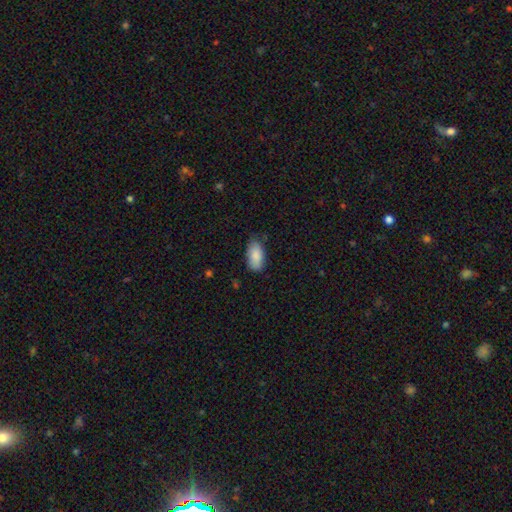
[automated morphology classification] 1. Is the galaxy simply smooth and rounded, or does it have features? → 88% smooth, 6% featured or disk, 6% star or artifact.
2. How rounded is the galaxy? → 93% in between, 4% cigar-shaped, 2% round.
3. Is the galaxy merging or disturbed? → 75% none, 20% minor disturbance, 3% major disturbance, 1% merger.